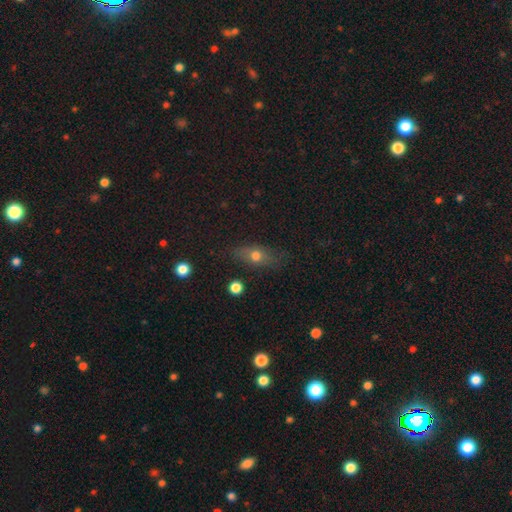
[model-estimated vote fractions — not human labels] This is likely a smooth galaxy (64%). How rounded: likely in between (64%). Merging: likely none (72%).